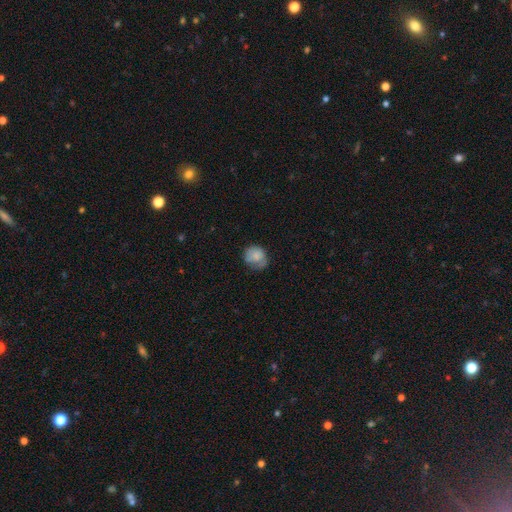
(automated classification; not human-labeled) A smooth galaxy with no disk features (74%) that is round (71%).

Vote fractions:
- Smooth or featured? smooth: 74% / featured or disk: 18% / star or artifact: 8%
- How rounded? round: 71% / in between: 28% / cigar-shaped: 1%
- Merging? none: 52% / minor disturbance: 32% / major disturbance: 15% / merger: 2%